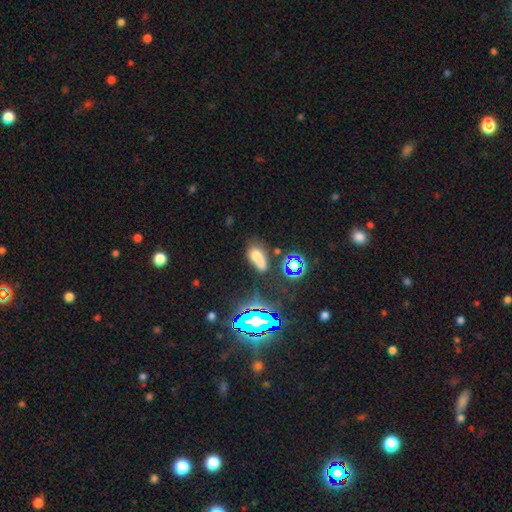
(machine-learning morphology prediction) This is possibly a smooth galaxy (55%). How rounded: likely in between (74%). Merging: possibly none (46%).